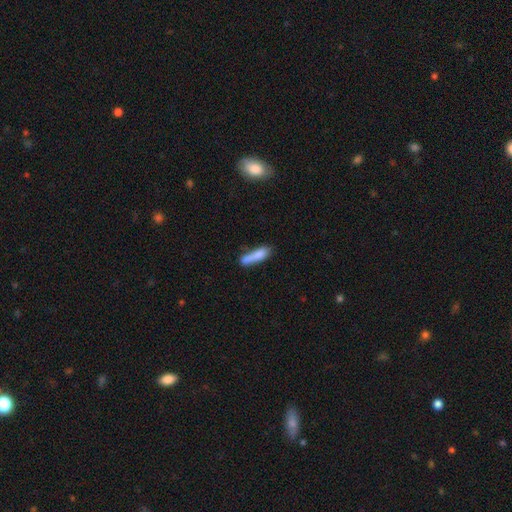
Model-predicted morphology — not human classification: Smooth or featured?
  - smooth: 78% *
  - featured or disk: 14%
  - star or artifact: 7%
How rounded?
  - cigar-shaped: 77% *
  - in between: 21%
  - round: 2%
Merging?
  - none: 52% *
  - minor disturbance: 24%
  - merger: 15%
  - major disturbance: 8%